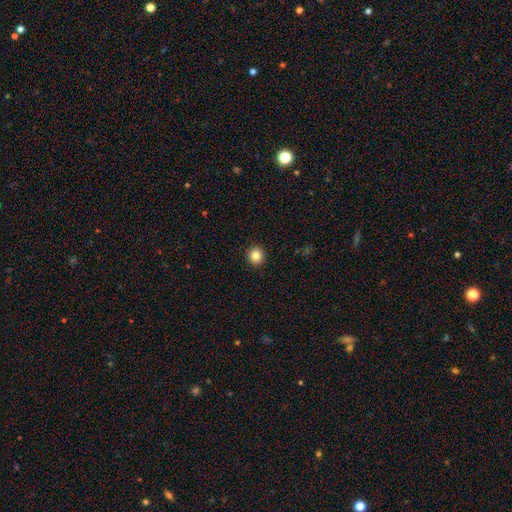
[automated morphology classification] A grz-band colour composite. It shows a smooth galaxy with no disk features (84%) that is round (92%). Merging: none (93%).